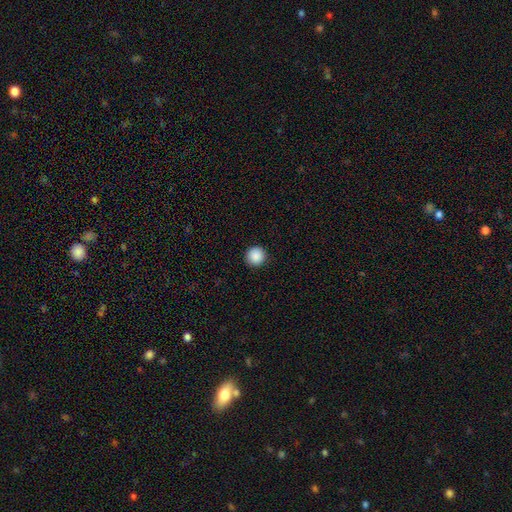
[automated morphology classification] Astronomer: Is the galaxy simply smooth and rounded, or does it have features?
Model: smooth — 89%.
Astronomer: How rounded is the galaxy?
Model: round — 96%.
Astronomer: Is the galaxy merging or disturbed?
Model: none — 92%.